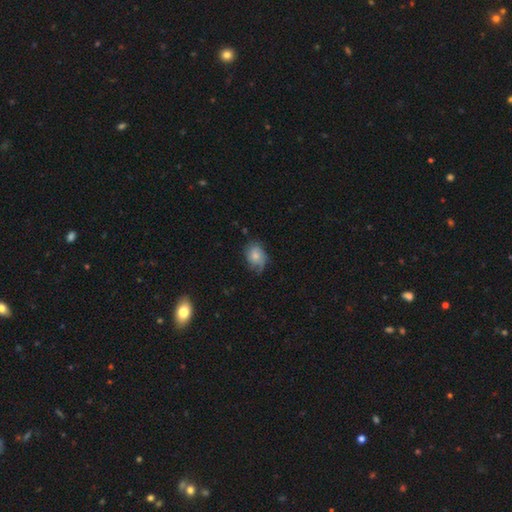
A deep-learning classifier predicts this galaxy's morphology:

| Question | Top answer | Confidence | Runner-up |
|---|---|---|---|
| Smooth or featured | smooth | 60% | featured or disk (32%) |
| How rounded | in between | 69% | round (30%) |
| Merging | none | 56% | minor disturbance (31%) |